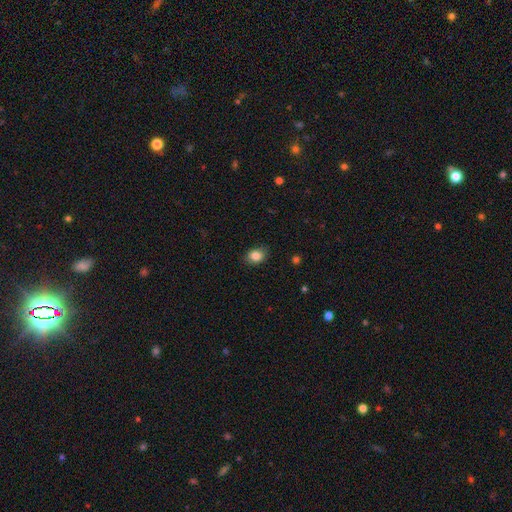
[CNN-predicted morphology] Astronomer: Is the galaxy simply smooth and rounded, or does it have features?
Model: smooth — 85%.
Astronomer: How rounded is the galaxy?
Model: in between — 60% (runner-up: round, 39%).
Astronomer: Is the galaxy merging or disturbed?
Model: none — 83%.